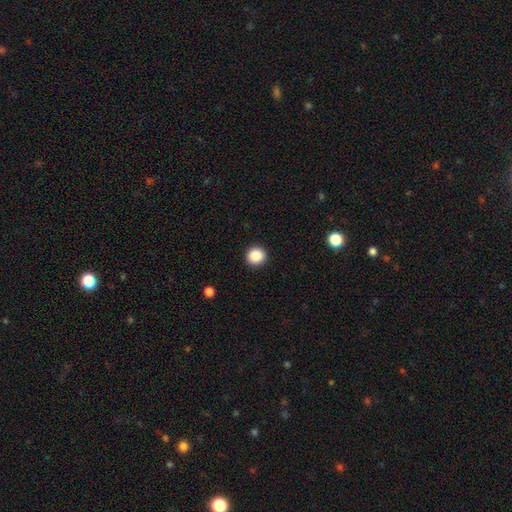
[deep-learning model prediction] Overall: smooth (87%). How rounded: round (92%). Merging: none (93%).